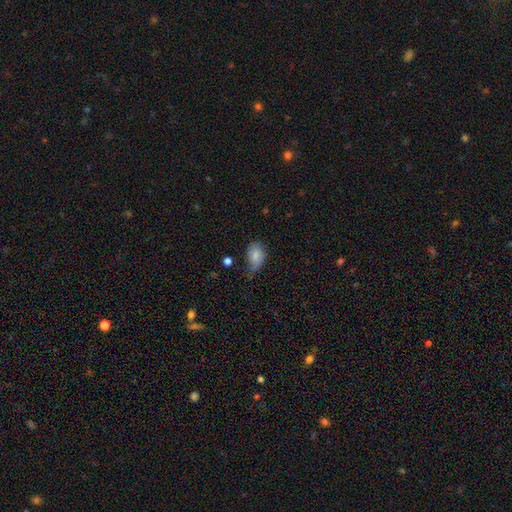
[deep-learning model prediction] smooth_or_featured: smooth (p=0.81) [alt: featured or disk p=0.11]
how_rounded: in between (p=0.87) [alt: round p=0.12]
merging: none (p=0.46) [alt: minor disturbance p=0.40]